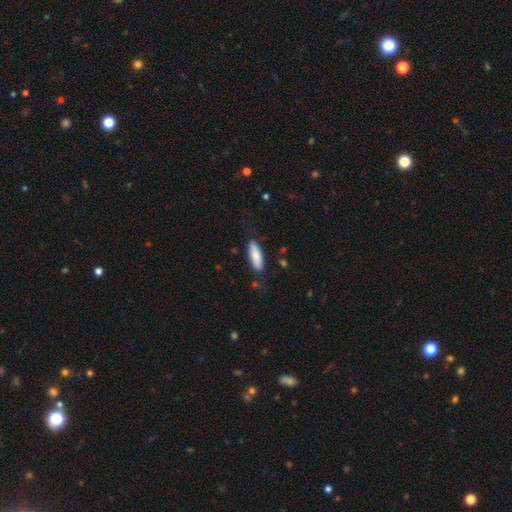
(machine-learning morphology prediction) Q: Smooth or featured?
A: smooth (81%); runner-up: featured or disk (13%)
Q: How rounded?
A: in between (54%); runner-up: cigar-shaped (44%)
Q: Merging?
A: none (84%); runner-up: minor disturbance (12%)